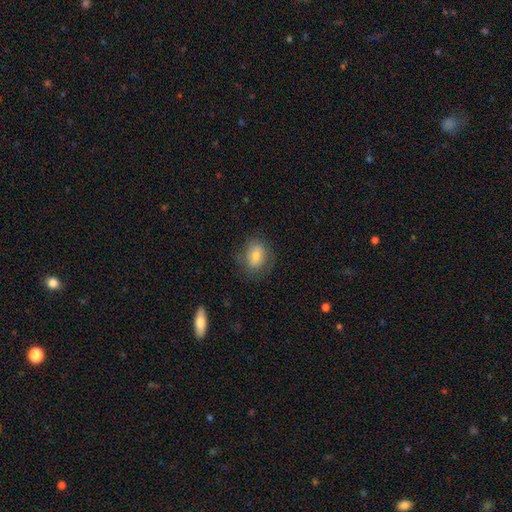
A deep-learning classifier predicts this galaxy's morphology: Smooth or featured? Predicted: smooth (p=0.62). How rounded? Predicted: in between (p=0.61). Merging? Predicted: none (p=0.72).